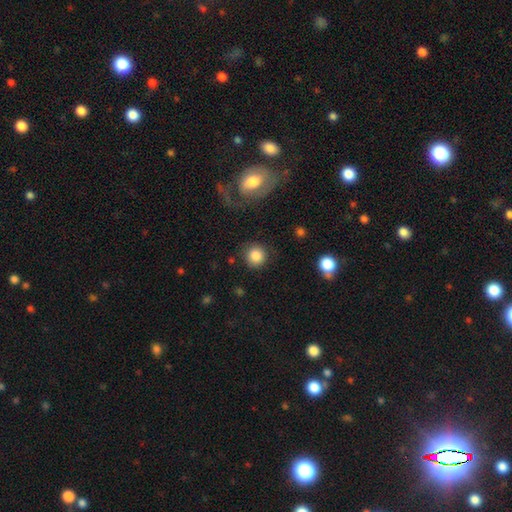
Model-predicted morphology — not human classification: Smooth or featured? smooth (86%)
How rounded? round (92%)
Merging? none (86%)